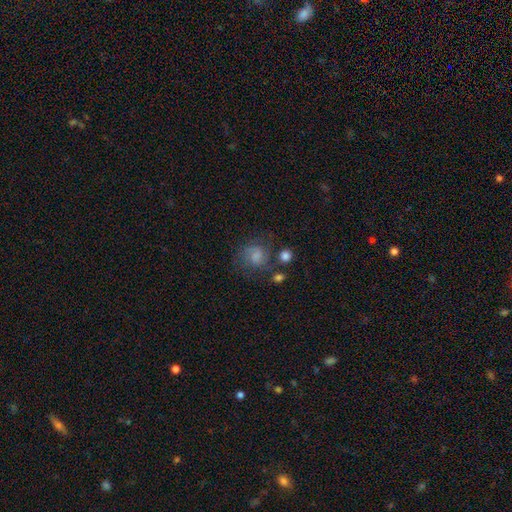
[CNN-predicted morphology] Smooth or featured: smooth — 56% (featured or disk — 33%)
How rounded: round — 76% (in between — 23%)
Merging: none — 55% (minor disturbance — 21%)